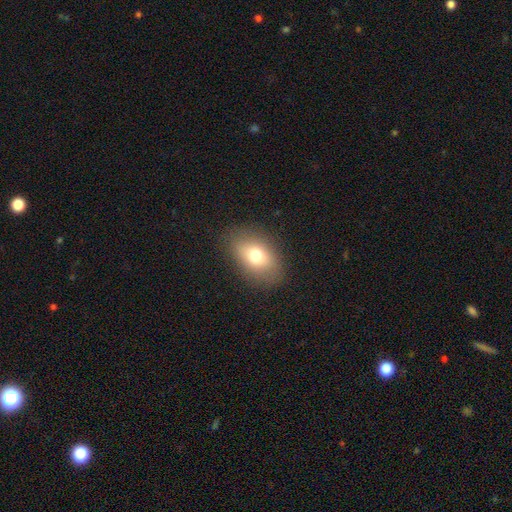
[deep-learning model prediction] This appears to be a smooth galaxy with no disk features (73%) that is in between round and cigar-shaped (82%). Merging: none (84%).